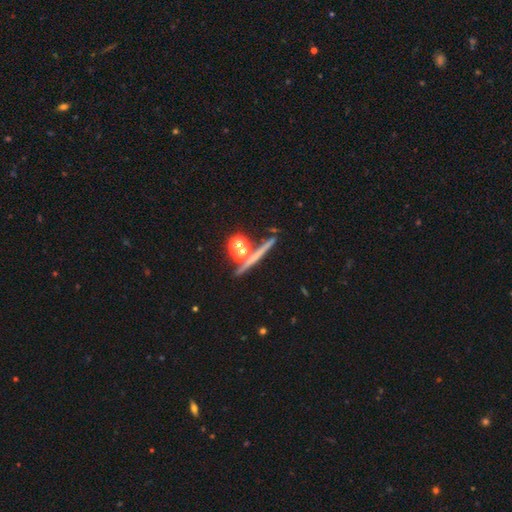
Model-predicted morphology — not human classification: smooth-or-featured: featured or disk: 38% | smooth: 34% | star or artifact: 28%
  merging: none: 72% | merger: 15% | minor disturbance: 8% | major disturbance: 4%